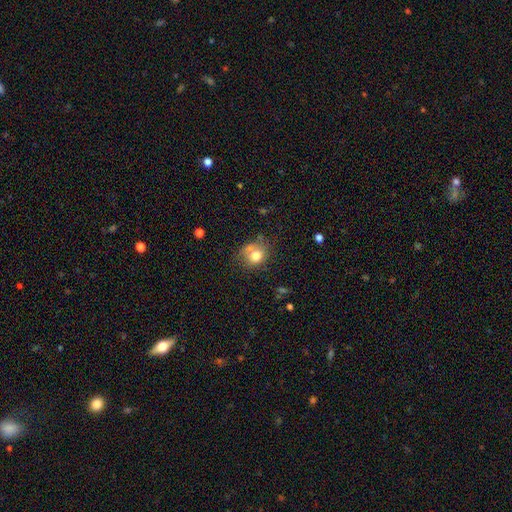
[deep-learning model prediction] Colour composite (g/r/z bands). It shows a smooth galaxy with no disk features (75%) that is round (67%). Merging: none (49%).